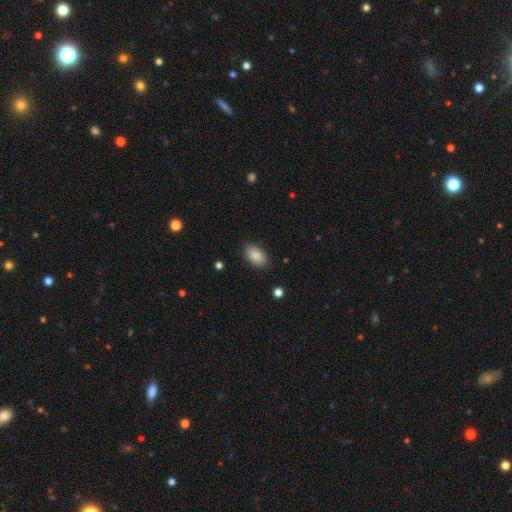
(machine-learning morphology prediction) A smooth galaxy with no disk features (87%) that is in between round and cigar-shaped (93%).

Vote fractions:
- Smooth or featured? smooth: 87% / star or artifact: 7% / featured or disk: 6%
- How rounded? in between: 93% / round: 6% / cigar-shaped: 2%
- Merging? none: 86% / minor disturbance: 10% / major disturbance: 2% / merger: 1%